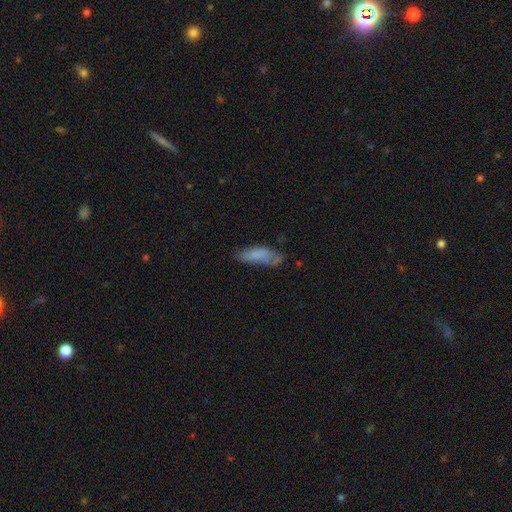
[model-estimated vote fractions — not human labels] Smooth or featured: smooth — 71% (featured or disk — 20%)
How rounded: in between — 58% (cigar-shaped — 40%)
Merging: none — 47% (minor disturbance — 32%)